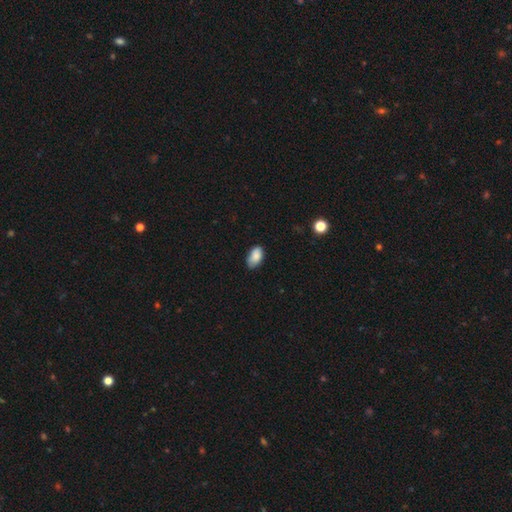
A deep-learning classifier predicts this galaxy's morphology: Overall: smooth (87%). How rounded: in between (94%). Merging: none (74%).